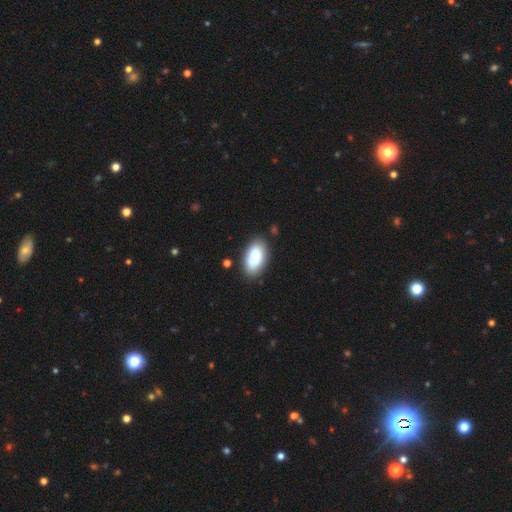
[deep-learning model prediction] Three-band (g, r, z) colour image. It shows a smooth galaxy with no disk features (74%) that is in between round and cigar-shaped (93%). Merging: none (73%).